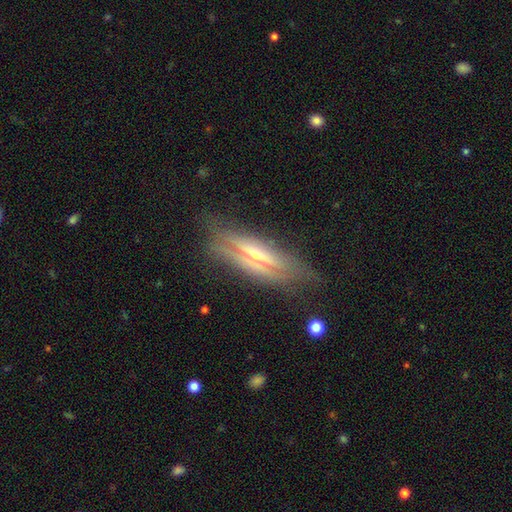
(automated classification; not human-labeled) This appears to be a featured or disk galaxy (73%) viewed edge-on (88%) with a rounded central bulge (81%). Merging: none (76%).